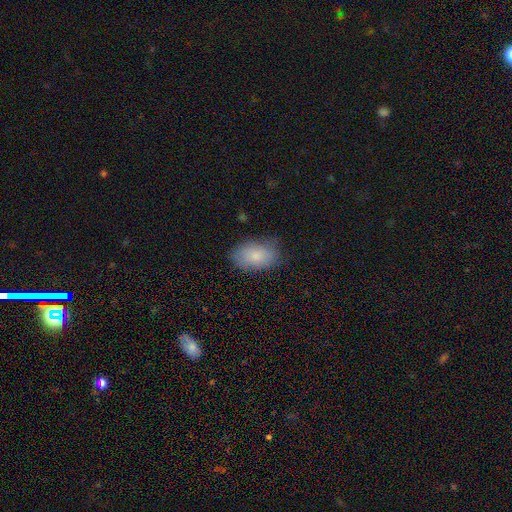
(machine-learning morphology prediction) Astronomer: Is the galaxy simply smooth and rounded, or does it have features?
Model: smooth — 83%.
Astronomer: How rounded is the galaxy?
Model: in between — 92%.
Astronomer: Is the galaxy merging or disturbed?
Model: none — 77%.